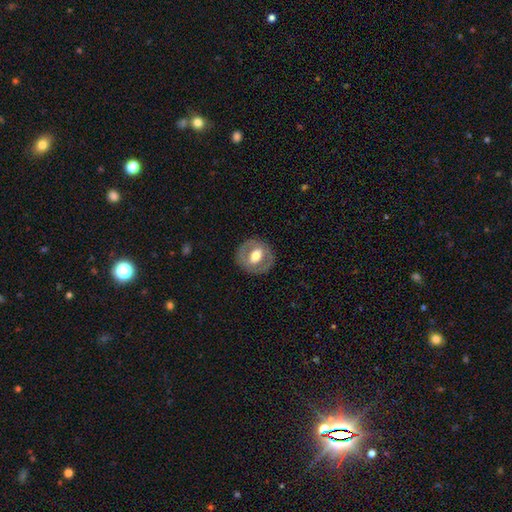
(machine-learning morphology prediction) This appears to be a featured or disk galaxy (52%). Merging: none (84%).